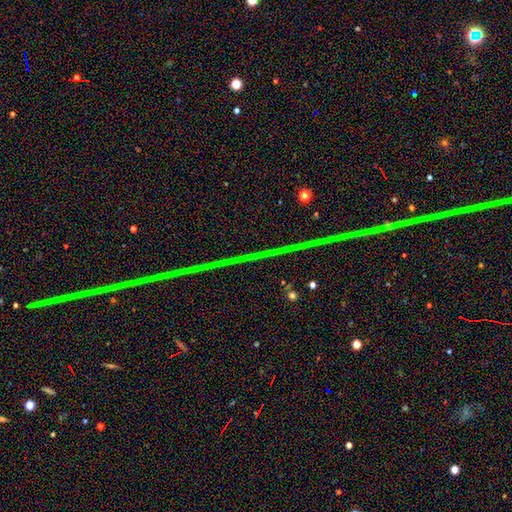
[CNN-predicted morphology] Smooth or featured? Predicted: star or artifact (p=0.88).